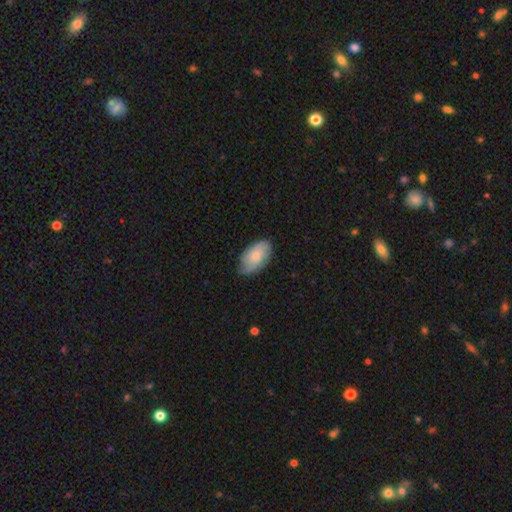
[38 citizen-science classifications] Overall: smooth (74%). How rounded: in between (93%). Merging: none (70%).